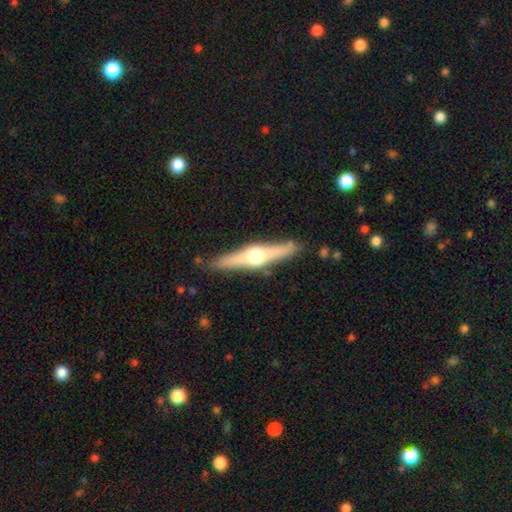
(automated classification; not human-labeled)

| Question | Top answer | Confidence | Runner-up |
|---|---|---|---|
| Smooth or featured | featured or disk | 72% | smooth (23%) |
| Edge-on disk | yes | 97% | no (3%) |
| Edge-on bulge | rounded | 94% | boxy (4%) |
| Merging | none | 87% | minor disturbance (9%) |